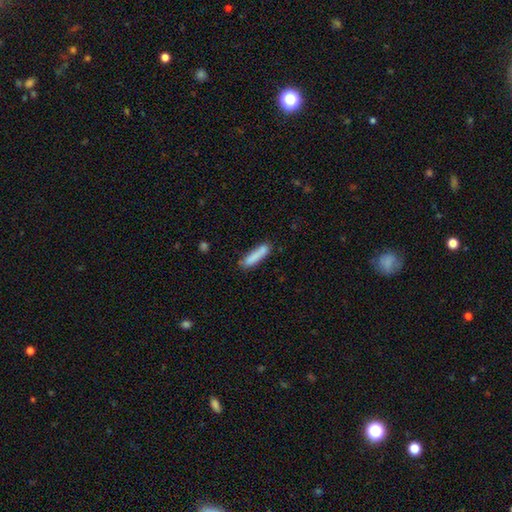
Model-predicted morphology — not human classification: Overall: smooth (83%). How rounded: cigar-shaped (83%). Merging: none (74%).